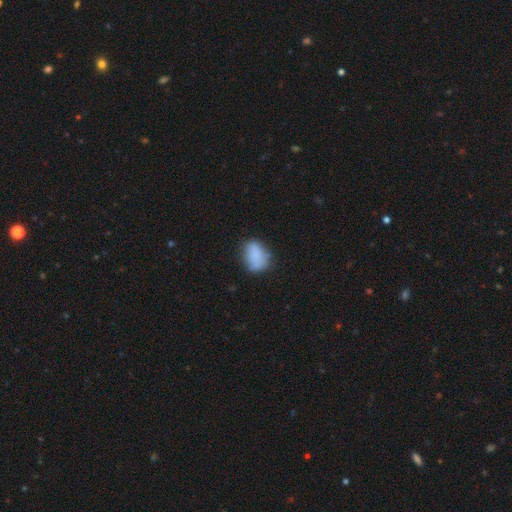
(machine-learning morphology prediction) type=smooth (80%); roundness=in between (75%); merging=none (59%).